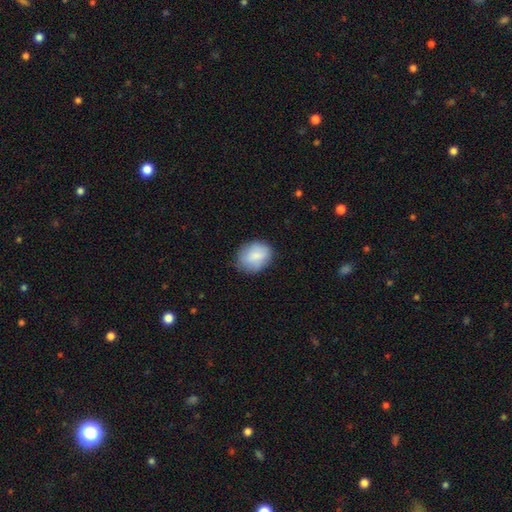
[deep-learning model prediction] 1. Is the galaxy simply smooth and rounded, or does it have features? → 84% smooth, 10% featured or disk, 7% star or artifact.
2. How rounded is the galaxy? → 59% in between, 40% round, 1% cigar-shaped.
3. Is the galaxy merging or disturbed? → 74% none, 21% minor disturbance, 4% major disturbance, 1% merger.